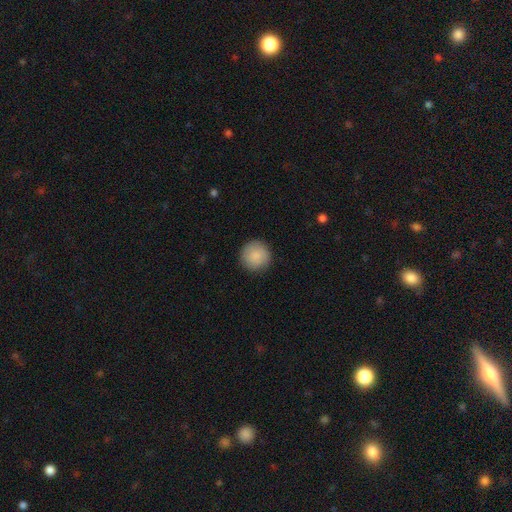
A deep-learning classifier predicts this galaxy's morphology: Q: Smooth or featured?
A: smooth (89%); runner-up: star or artifact (6%)
Q: How rounded?
A: round (96%); runner-up: in between (4%)
Q: Merging?
A: none (90%); runner-up: minor disturbance (7%)